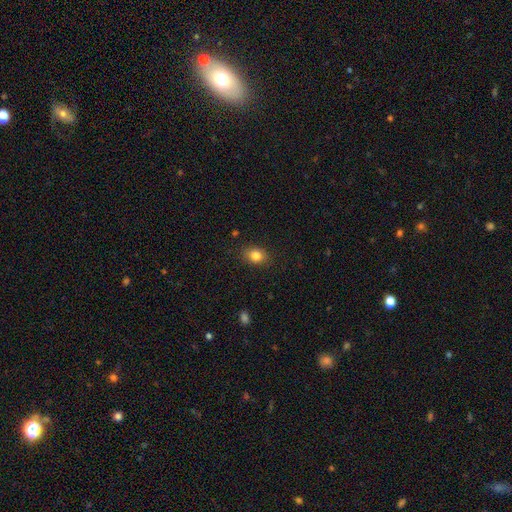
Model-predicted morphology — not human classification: The model was most divided on "how rounded": in between: 63%, round: 36%, cigar-shaped: 1%. More confident: merging — none (86%); smooth or featured — smooth (83%).